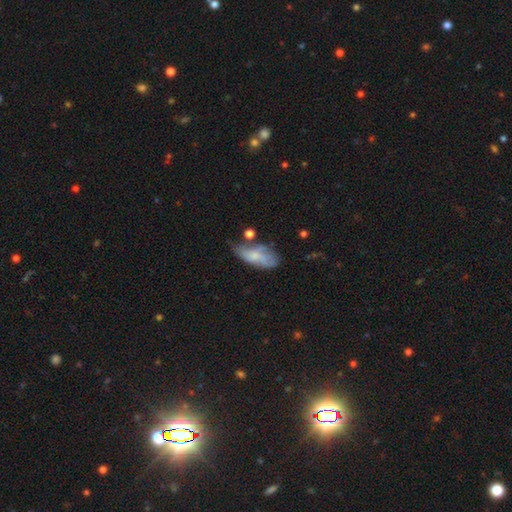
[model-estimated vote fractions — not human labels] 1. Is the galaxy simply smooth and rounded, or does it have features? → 53% smooth, 38% featured or disk, 8% star or artifact.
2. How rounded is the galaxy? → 85% in between, 11% cigar-shaped, 3% round.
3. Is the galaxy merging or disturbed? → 42% none, 31% minor disturbance, 16% major disturbance, 11% merger.